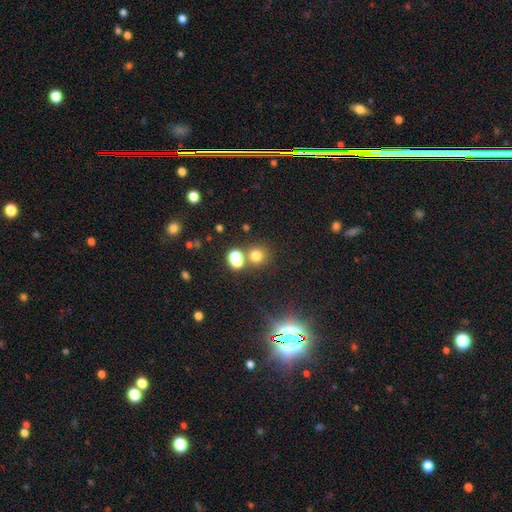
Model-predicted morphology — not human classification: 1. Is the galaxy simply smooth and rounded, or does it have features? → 69% smooth, 23% star or artifact, 8% featured or disk.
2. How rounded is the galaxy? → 85% round, 14% in between, 1% cigar-shaped.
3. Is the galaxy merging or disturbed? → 69% none, 19% merger, 8% minor disturbance, 4% major disturbance.